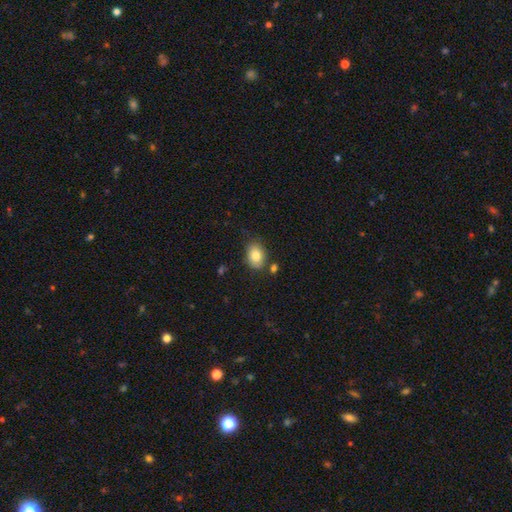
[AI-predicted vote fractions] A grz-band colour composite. It shows a smooth galaxy with no disk features (83%) that is in between round and cigar-shaped (78%). Merging: none (77%).